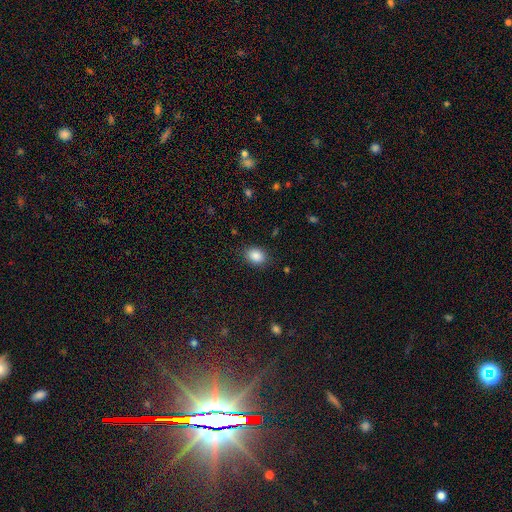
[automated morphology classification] A smooth galaxy with no disk features (87%) that is in between round and cigar-shaped (63%).

Vote fractions:
- Smooth or featured? smooth: 87% / star or artifact: 9% / featured or disk: 4%
- How rounded? in between: 63% / round: 36% / cigar-shaped: 1%
- Merging? none: 85% / minor disturbance: 11% / major disturbance: 3% / merger: 1%